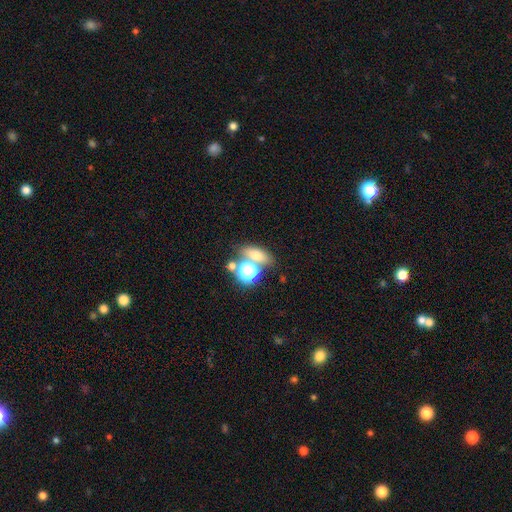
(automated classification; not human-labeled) Q: Smooth or featured?
A: smooth (62%); runner-up: star or artifact (21%)
Q: How rounded?
A: in between (61%); runner-up: round (31%)
Q: Merging?
A: none (56%); runner-up: merger (28%)